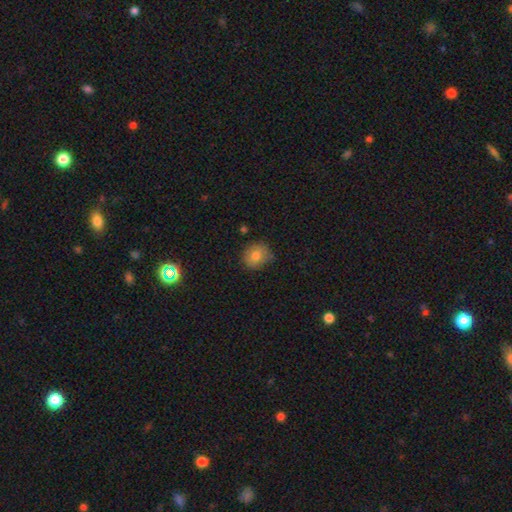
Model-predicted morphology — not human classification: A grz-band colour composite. It shows a smooth galaxy with no disk features (78%) that is round (79%). Merging: none (74%).